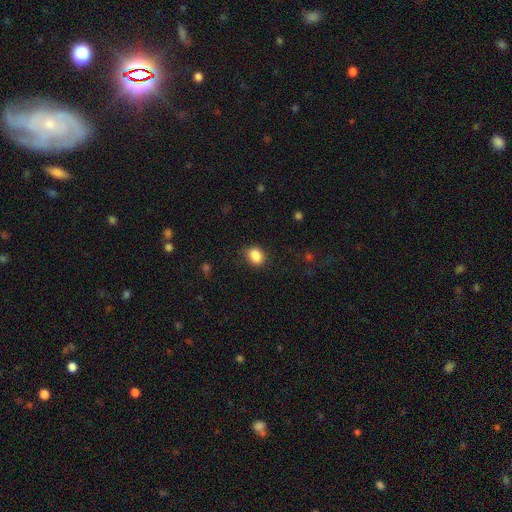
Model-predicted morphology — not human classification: Smooth or featured: smooth — 87% (star or artifact — 9%)
How rounded: in between — 64% (round — 34%)
Merging: none — 76% (minor disturbance — 17%)